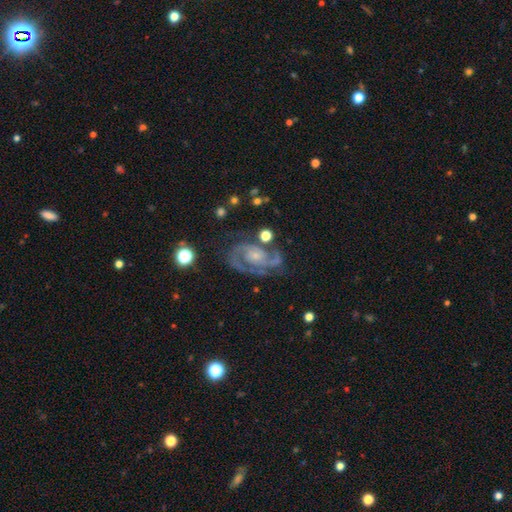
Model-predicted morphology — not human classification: Smooth or featured?
  - featured or disk: 88% *
  - star or artifact: 7%
  - smooth: 5%
Edge-on disk?
  - no: 98% *
  - yes: 2%
Bar?
  - no: 59% *
  - weak: 32%
  - strong: 9%
Spiral arms?
  - yes: 97% *
  - no: 3%
Spiral winding?
  - medium: 47% *
  - tight: 45%
  - loose: 9%
Spiral arm count?
  - 2: 82% *
  - 3: 7%
  - can't tell: 5%
  - 1: 3%
  - 4: 2%
  - more than 4: 2%
Bulge size?
  - small: 59% *
  - moderate: 25%
  - none: 12%
  - large: 2%
  - dominant: 1%
Merging?
  - none: 70% *
  - minor disturbance: 17%
  - major disturbance: 9%
  - merger: 4%